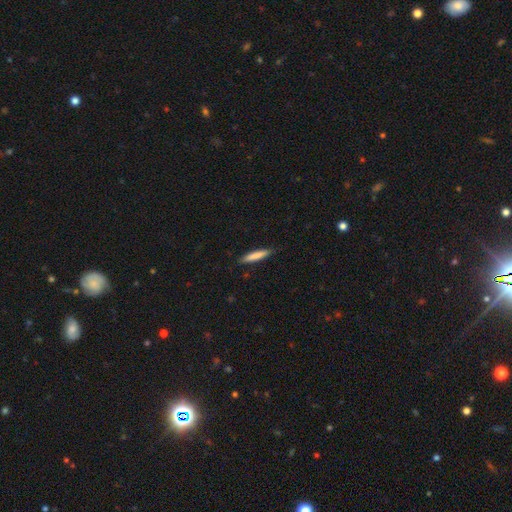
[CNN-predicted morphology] The model was most divided on "smooth or featured": smooth: 80%, featured or disk: 15%, star or artifact: 6%. More confident: how rounded — cigar-shaped (90%); merging — none (87%).